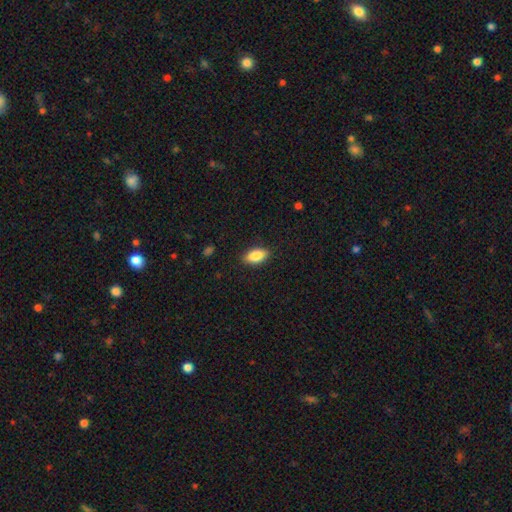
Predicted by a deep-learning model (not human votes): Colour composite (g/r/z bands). It shows a smooth galaxy with no disk features (87%) that is in between round and cigar-shaped (91%). Merging: none (88%).